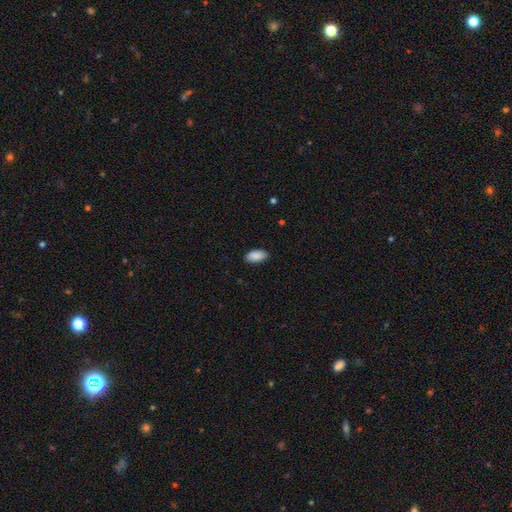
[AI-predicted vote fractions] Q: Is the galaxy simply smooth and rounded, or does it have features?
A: smooth — 90%.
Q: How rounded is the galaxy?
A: in between — 94%.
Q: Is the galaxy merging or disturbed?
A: none — 87%.